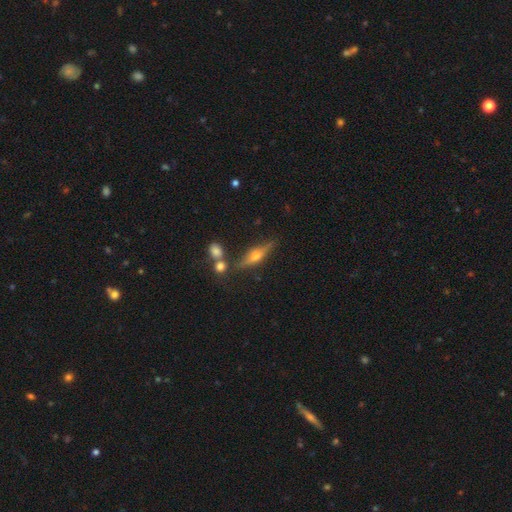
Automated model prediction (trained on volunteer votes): Smooth or featured? featured or disk (70%)
Edge-on disk? yes (95%)
Edge-on bulge? rounded (93%)
Merging? none (77%)